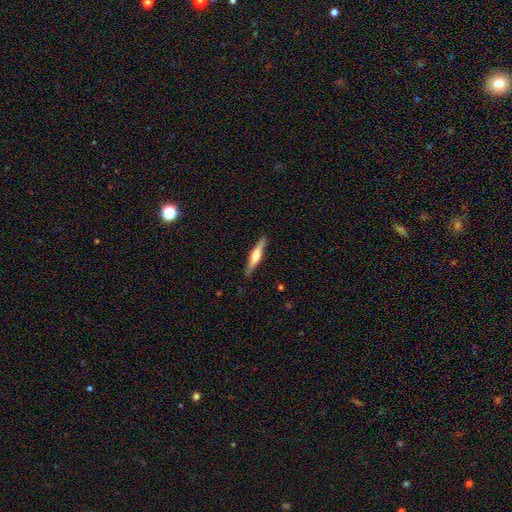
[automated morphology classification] A featured or disk galaxy (58%) viewed edge-on (96%) with a rounded central bulge (84%). Merging: none (89%).